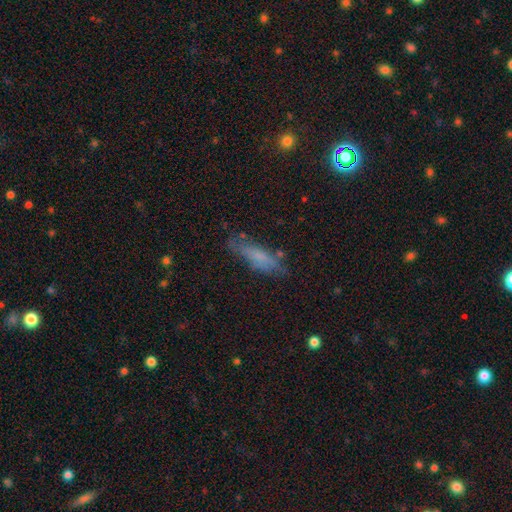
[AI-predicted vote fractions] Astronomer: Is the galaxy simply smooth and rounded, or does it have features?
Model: smooth — 65%.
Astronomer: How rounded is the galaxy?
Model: cigar-shaped — 59% (runner-up: in between, 39%).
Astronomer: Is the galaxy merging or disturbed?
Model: none — 65%.